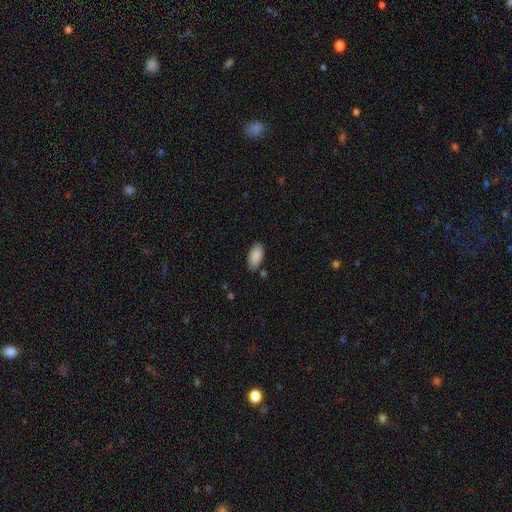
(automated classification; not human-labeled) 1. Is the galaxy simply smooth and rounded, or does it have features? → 89% smooth, 6% star or artifact, 4% featured or disk.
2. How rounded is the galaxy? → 94% in between, 4% cigar-shaped, 2% round.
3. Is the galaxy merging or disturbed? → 80% none, 13% minor disturbance, 4% merger, 3% major disturbance.